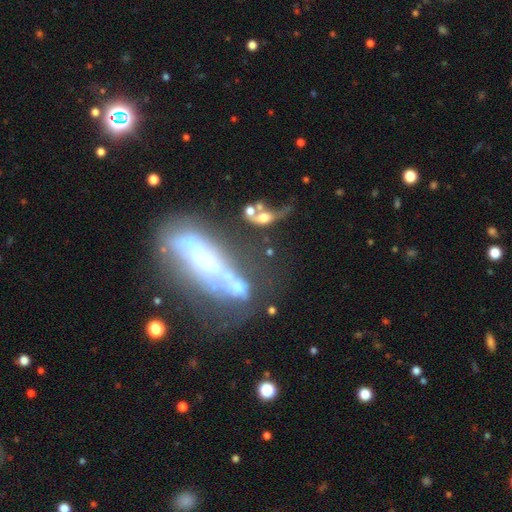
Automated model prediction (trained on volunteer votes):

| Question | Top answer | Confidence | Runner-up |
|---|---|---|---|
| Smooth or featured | featured or disk | 65% | smooth (23%) |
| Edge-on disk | no | 52% | yes (48%) |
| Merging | none | 37% | major disturbance (23%) |